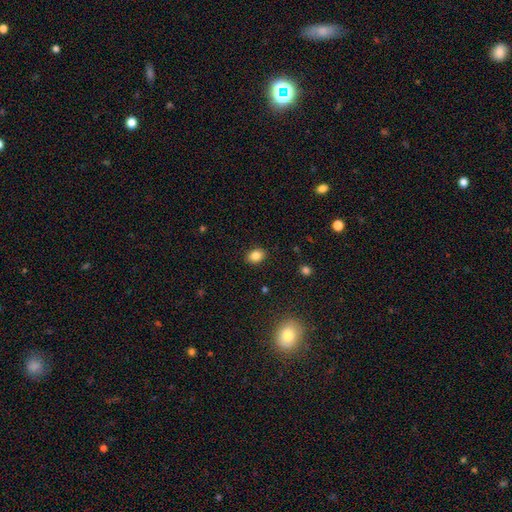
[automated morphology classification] Smooth or featured? Predicted: smooth (p=0.84). How rounded? Predicted: in between (p=0.67). Merging? Predicted: none (p=0.89).